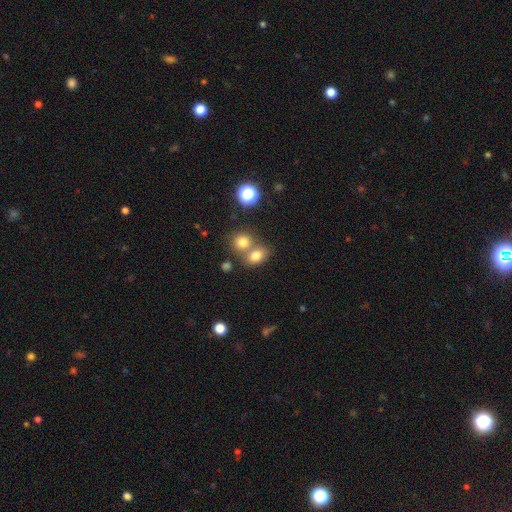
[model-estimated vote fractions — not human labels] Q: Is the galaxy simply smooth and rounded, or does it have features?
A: smooth — 77%.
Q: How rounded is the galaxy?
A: in between — 59%.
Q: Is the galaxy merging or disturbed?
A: none — 45%.